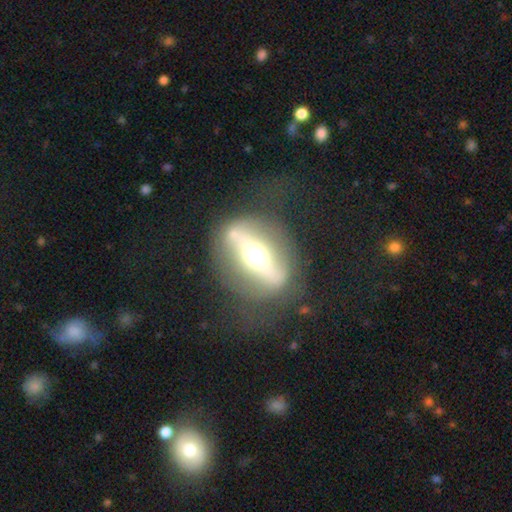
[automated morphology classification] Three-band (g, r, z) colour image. It shows a featured or disk galaxy (73%). Merging: none (64%).